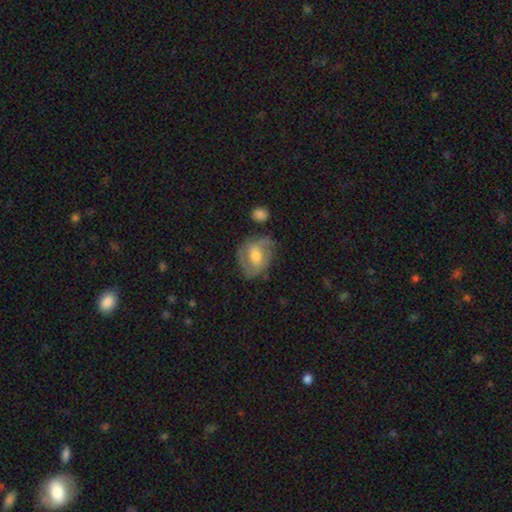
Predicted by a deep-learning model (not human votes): smooth-or-featured: featured or disk: 60% | smooth: 33% | star or artifact: 7%
  disk-edge-on: no: 96% | yes: 4%
    bar: weak: 43% | no: 42% | strong: 15%
    has-spiral-arms: yes: 76% | no: 24%
    bulge-size: moderate: 66% | small: 24% | large: 7% | none: 2% | dominant: 1%
  merging: none: 64% | minor disturbance: 23% | major disturbance: 10% | merger: 3%